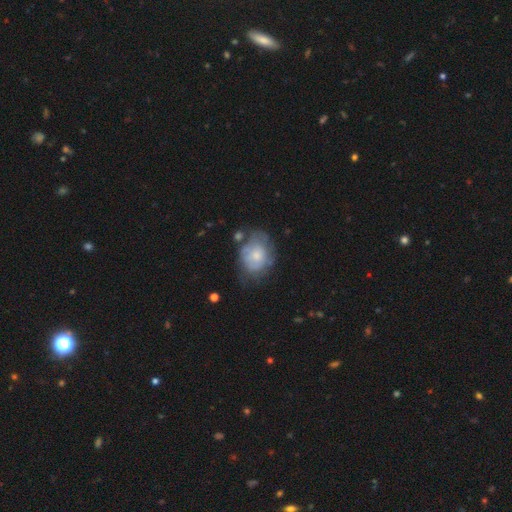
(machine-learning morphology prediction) type=smooth (53%); roundness=in between (60%); merging=none (44%).